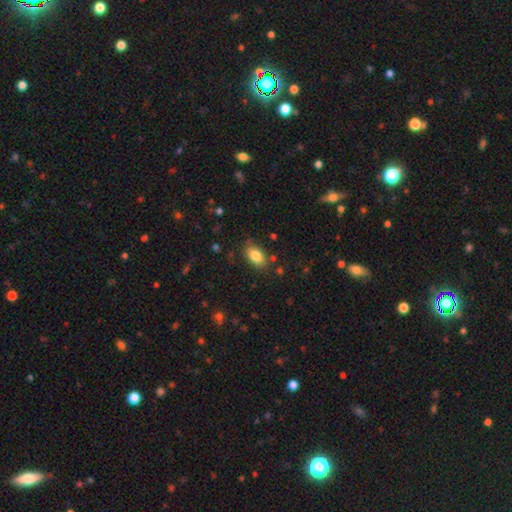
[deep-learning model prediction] Smooth or featured: smooth — 84% (star or artifact — 8%)
How rounded: in between — 90% (round — 7%)
Merging: none — 80% (minor disturbance — 14%)